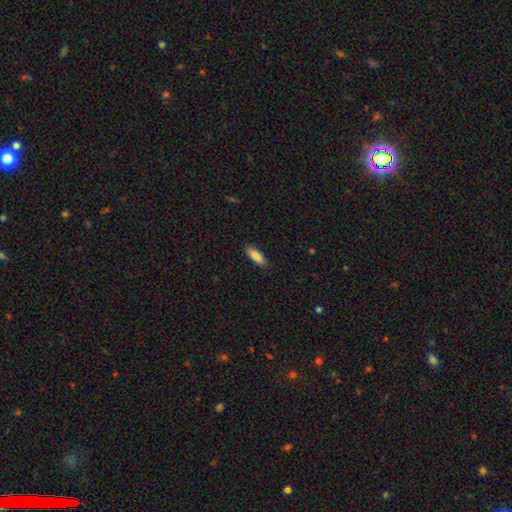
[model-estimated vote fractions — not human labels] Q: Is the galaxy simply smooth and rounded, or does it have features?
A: smooth — 86%.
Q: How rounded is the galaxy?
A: in between — 62%.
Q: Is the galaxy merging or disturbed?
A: none — 89%.